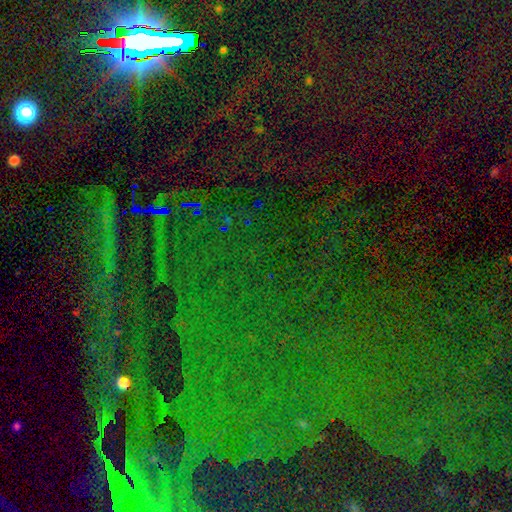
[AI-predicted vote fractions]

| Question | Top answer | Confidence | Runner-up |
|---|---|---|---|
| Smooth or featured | star or artifact | 84% | smooth (8%) |